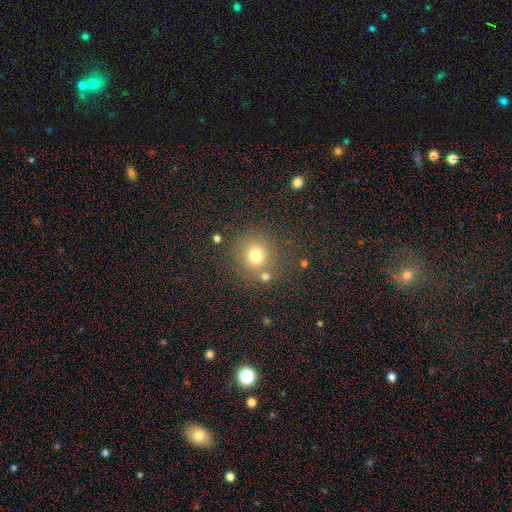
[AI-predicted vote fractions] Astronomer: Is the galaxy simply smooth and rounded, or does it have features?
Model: smooth — 73%.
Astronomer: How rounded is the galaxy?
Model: round — 90%.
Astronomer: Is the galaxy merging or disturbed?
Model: none — 76%.